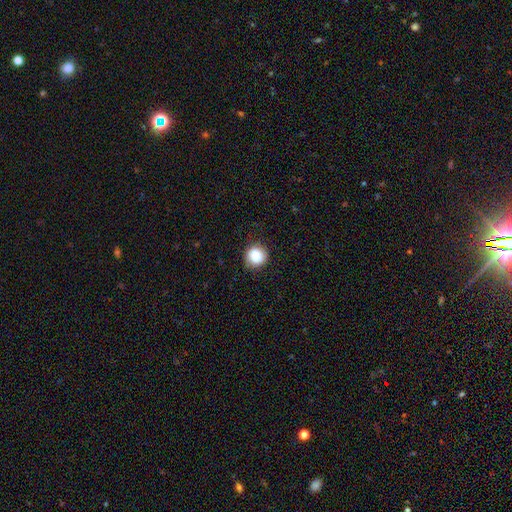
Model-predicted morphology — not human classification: The model was most divided on "merging": none: 86%, minor disturbance: 11%, major disturbance: 3%, merger: 1%. More confident: how rounded — round (92%); smooth or featured — smooth (86%).